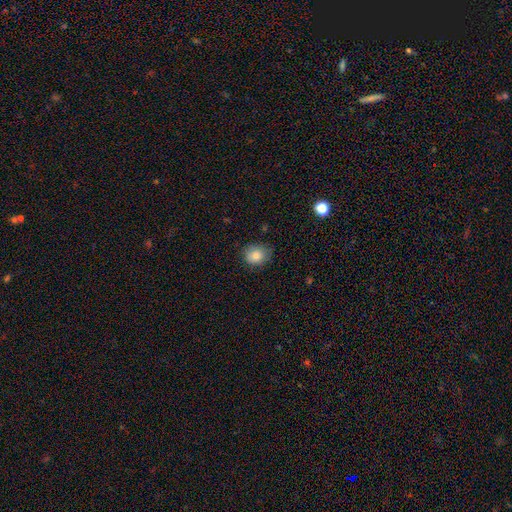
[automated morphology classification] This appears to be a smooth galaxy with no disk features (82%) that is round (67%). Merging: none (72%).